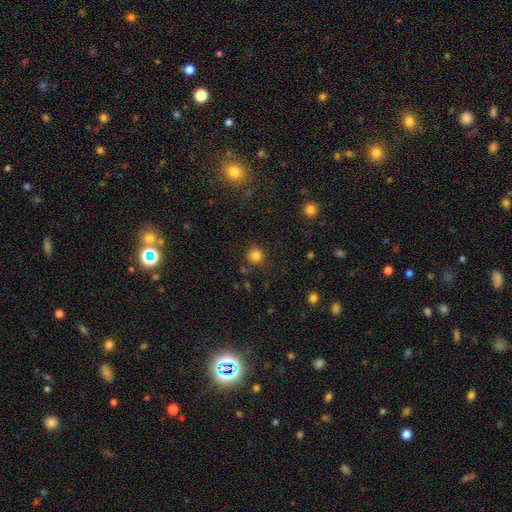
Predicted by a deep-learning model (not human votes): Smooth or featured: smooth — 81% (star or artifact — 14%)
How rounded: round — 89% (in between — 10%)
Merging: none — 83% (minor disturbance — 11%)